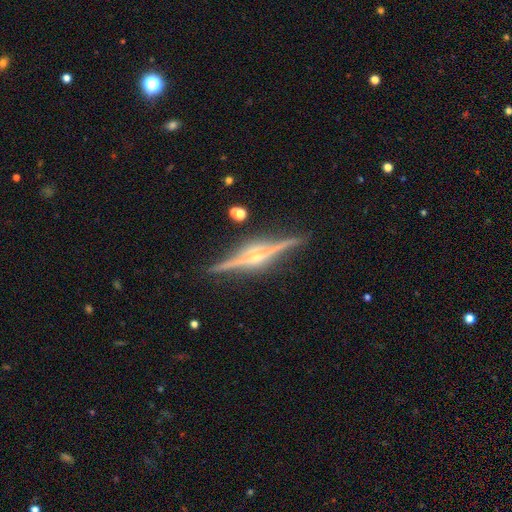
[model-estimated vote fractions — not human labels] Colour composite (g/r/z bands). It shows a featured or disk galaxy (89%) viewed edge-on (98%) with a rounded central bulge (86%). Merging: none (88%).